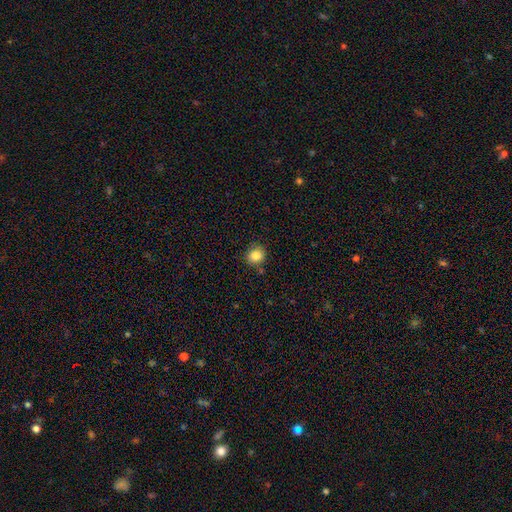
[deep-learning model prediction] smooth-or-featured: smooth: 85% | star or artifact: 10% | featured or disk: 4%
  how-rounded: round: 81% | in between: 18% | cigar-shaped: 1%
  merging: none: 81% | minor disturbance: 12% | merger: 4% | major disturbance: 3%